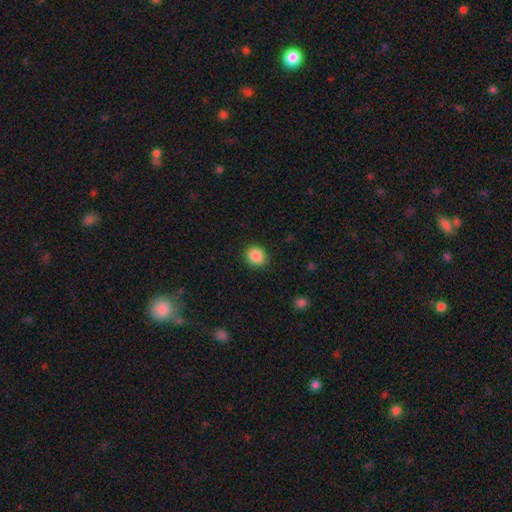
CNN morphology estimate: This appears to be a smooth galaxy with no disk features (88%) that is round (70%). Merging: none (89%).